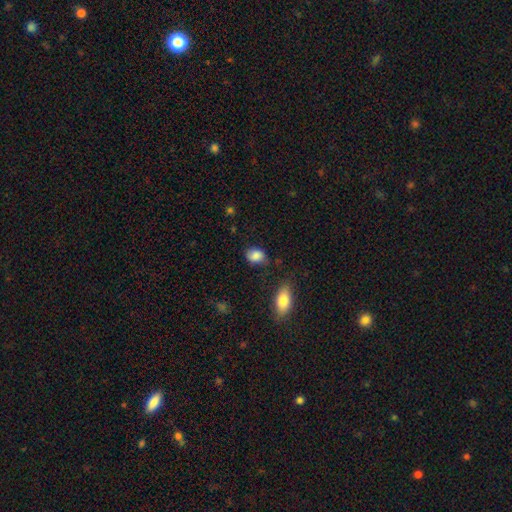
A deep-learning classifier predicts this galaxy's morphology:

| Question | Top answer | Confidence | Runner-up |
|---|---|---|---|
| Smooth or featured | smooth | 86% | star or artifact (8%) |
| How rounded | in between | 73% | round (25%) |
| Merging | none | 68% | minor disturbance (23%) |